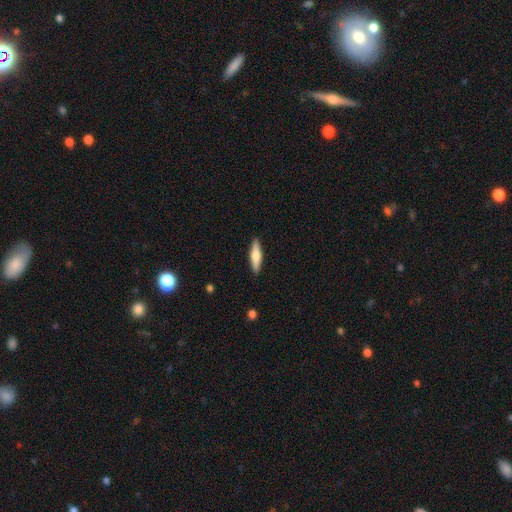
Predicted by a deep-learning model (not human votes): This appears to be a smooth galaxy with no disk features (60%) that is cigar-shaped (73%). Merging: none (90%).